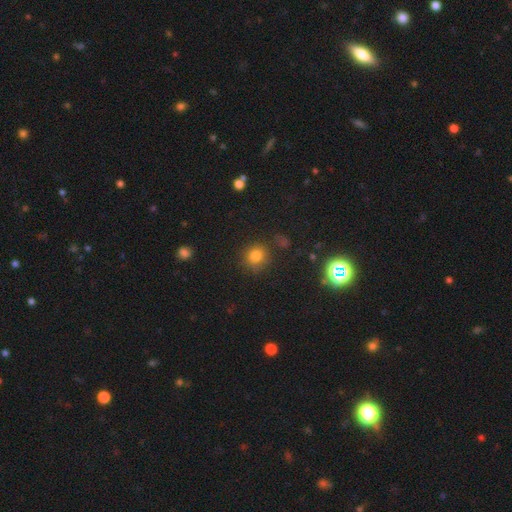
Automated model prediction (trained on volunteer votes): This appears to be a smooth galaxy with no disk features (79%) that is round (87%). Merging: none (80%).